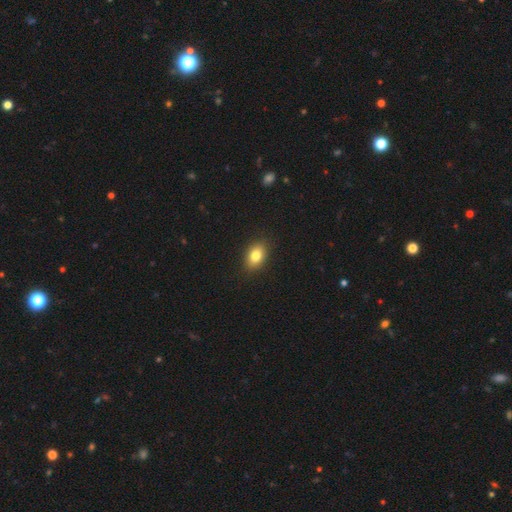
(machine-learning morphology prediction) smooth 82%, featured or disk 10%, star or artifact 9%. Down the decision tree: how rounded — in between (81%); merging — none (88%).